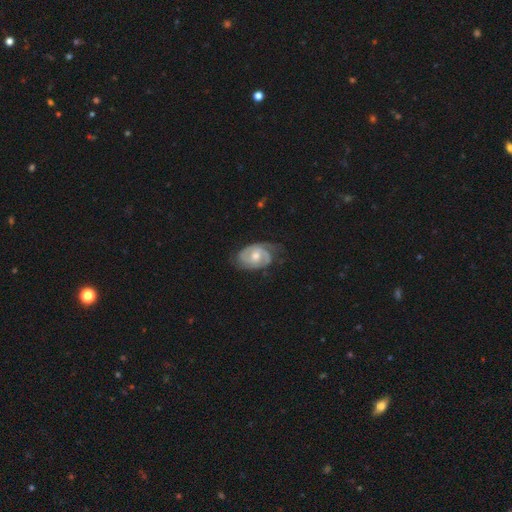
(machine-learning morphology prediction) Overall: featured or disk (82%). Edge-on disk: no (97%). Bar: no (65%; weak 30%). Spiral arms: yes (94%). Spiral arm count: 2 (64%). Spiral winding: tight (55%; medium 35%). Bulge size: moderate (71%). Merging: none (63%; minor disturbance 26%).